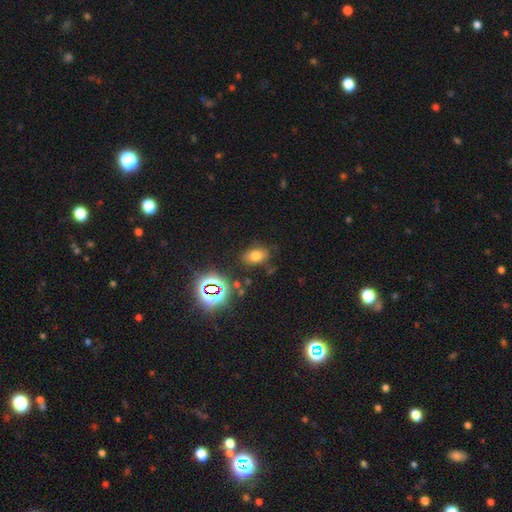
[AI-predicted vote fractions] The model was most divided on "smooth or featured": smooth: 66%, star or artifact: 23%, featured or disk: 11%. More confident: how rounded — in between (82%); merging — none (78%).